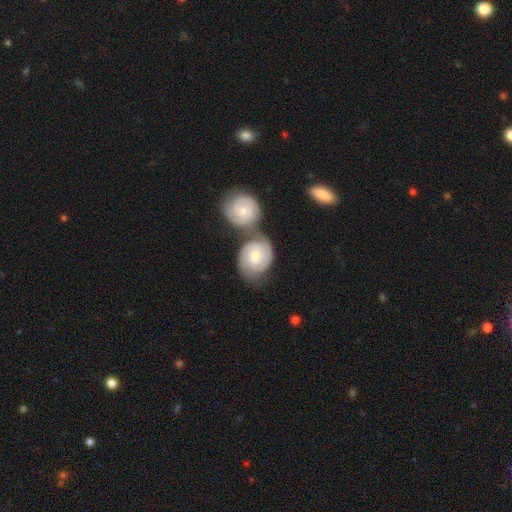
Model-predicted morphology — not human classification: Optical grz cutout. It shows a featured or disk galaxy (62%) with no bar (69%), 2 (68%) tight (64%) spiral arms (90%) and a moderate central bulge (58%). Merging: none (44%).